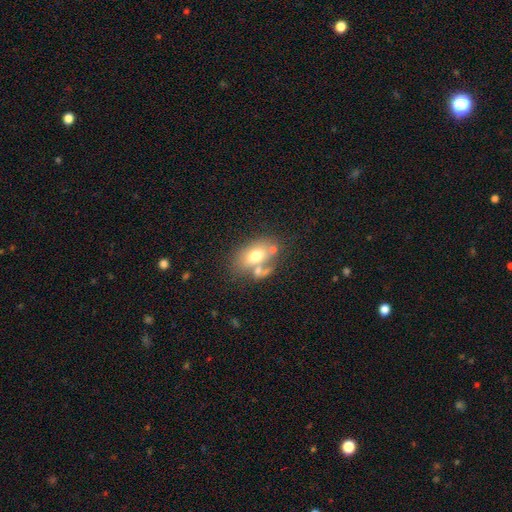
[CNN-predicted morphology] type=smooth (65%); roundness=in between (84%); merging=none (49%).